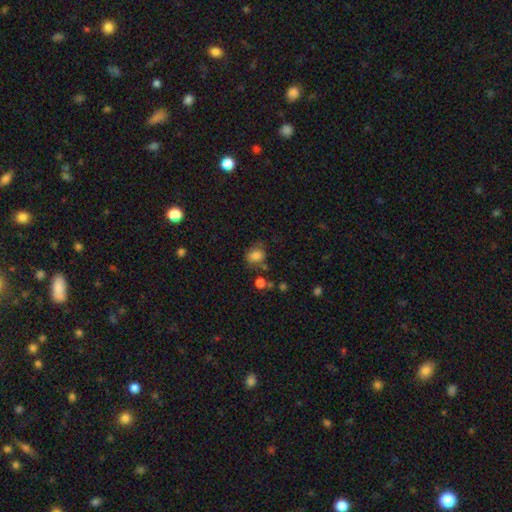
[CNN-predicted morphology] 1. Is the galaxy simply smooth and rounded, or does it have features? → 79% smooth, 12% star or artifact, 9% featured or disk.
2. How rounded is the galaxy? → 53% round, 46% in between, 1% cigar-shaped.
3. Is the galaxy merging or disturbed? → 62% none, 22% minor disturbance, 8% major disturbance, 8% merger.